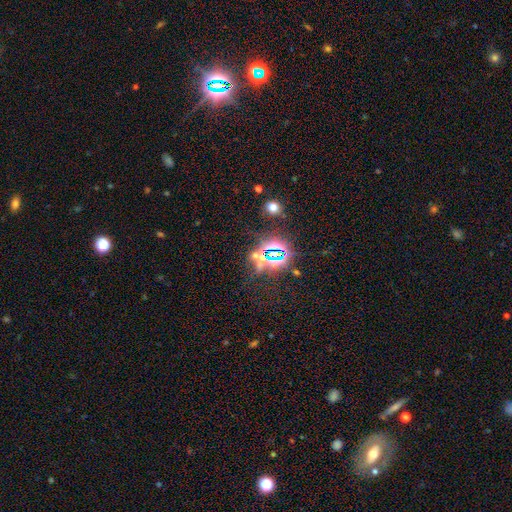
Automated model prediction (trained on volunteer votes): Morphology: type=star or artifact (71%).